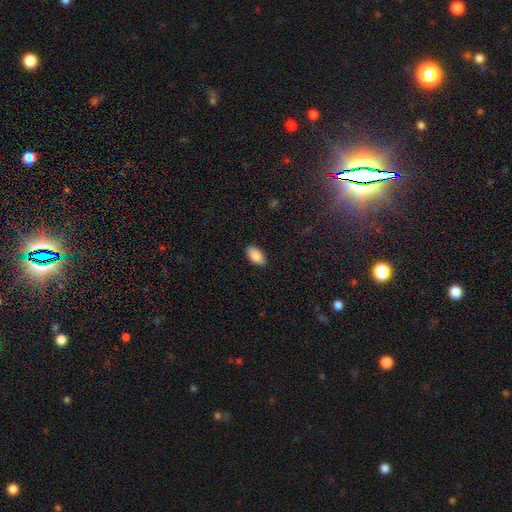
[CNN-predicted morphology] A smooth galaxy with no disk features (87%) that is in between round and cigar-shaped (94%).

Vote fractions:
- Smooth or featured? smooth: 87% / star or artifact: 7% / featured or disk: 7%
- How rounded? in between: 94% / cigar-shaped: 3% / round: 3%
- Merging? none: 89% / minor disturbance: 8% / major disturbance: 2% / merger: 1%